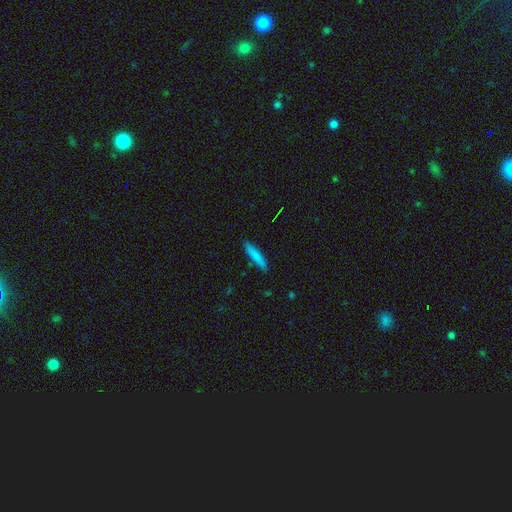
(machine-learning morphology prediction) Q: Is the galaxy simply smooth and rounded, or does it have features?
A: smooth — 82%.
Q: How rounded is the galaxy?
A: cigar-shaped — 88%.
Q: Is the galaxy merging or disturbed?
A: none — 87%.